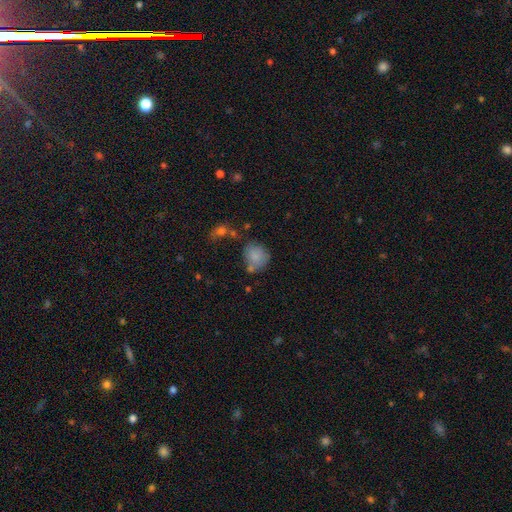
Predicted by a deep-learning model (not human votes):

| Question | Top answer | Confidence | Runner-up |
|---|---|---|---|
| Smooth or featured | smooth | 82% | featured or disk (9%) |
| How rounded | round | 73% | in between (26%) |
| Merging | none | 55% | minor disturbance (23%) |